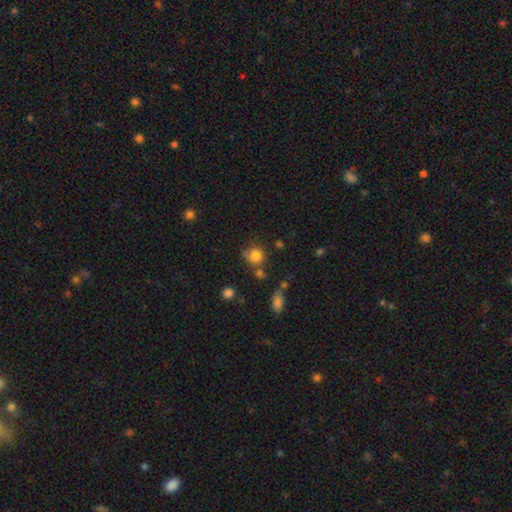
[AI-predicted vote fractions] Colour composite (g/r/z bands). It shows a smooth galaxy with no disk features (79%) that is round (81%). Merging: none (58%).